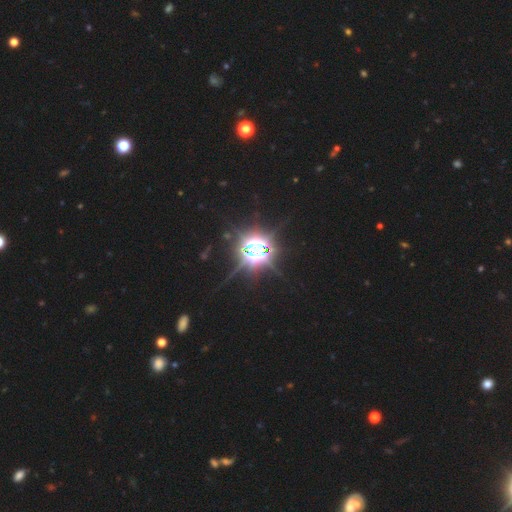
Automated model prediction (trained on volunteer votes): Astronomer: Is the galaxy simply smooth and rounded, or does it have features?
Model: star or artifact — 84%.